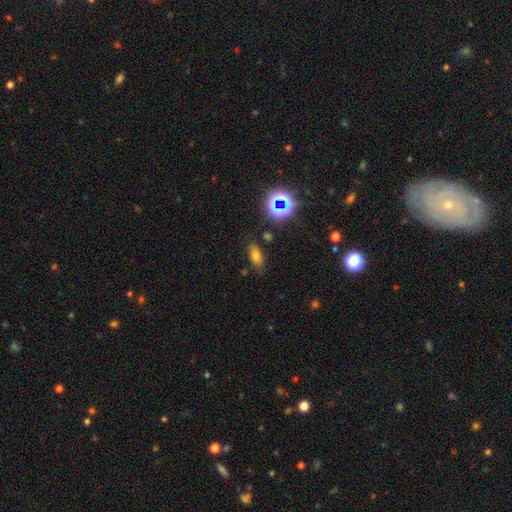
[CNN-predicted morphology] Smooth or featured: smooth — 67% (star or artifact — 20%)
How rounded: in between — 80% (cigar-shaped — 12%)
Merging: none — 79% (minor disturbance — 13%)